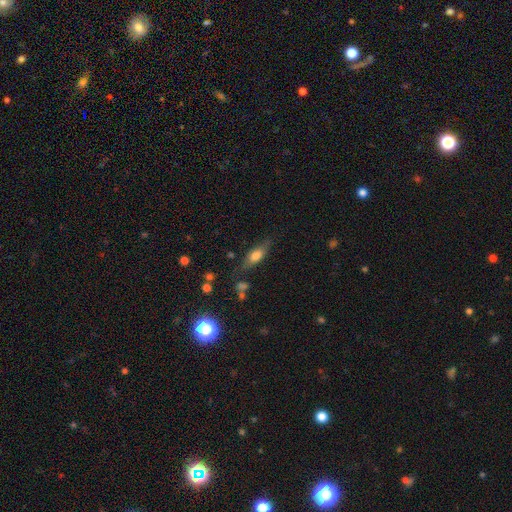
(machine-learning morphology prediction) Smooth or featured? smooth (62%)
How rounded? in between (60%)
Merging? none (69%)